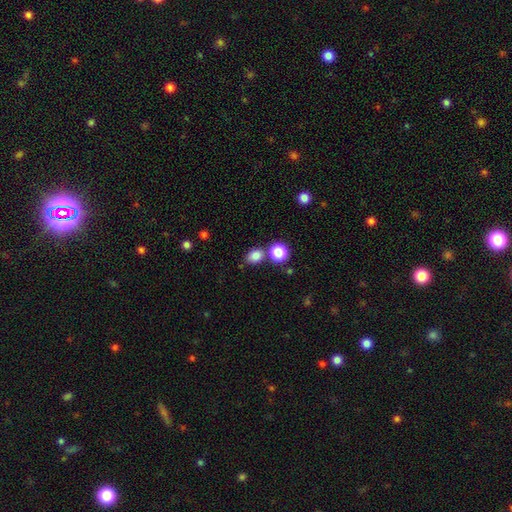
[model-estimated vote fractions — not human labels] smooth_or_featured: smooth (p=0.82) [alt: star or artifact p=0.13]
how_rounded: in between (p=0.53) [alt: round p=0.45]
merging: none (p=0.67) [alt: merger p=0.19]